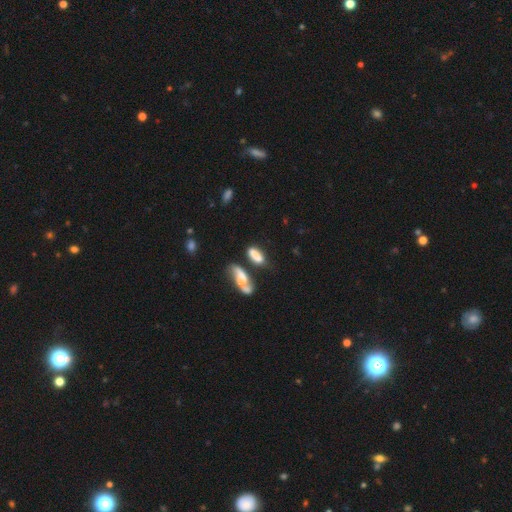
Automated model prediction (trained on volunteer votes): A smooth galaxy with no disk features (68%) that is in between round and cigar-shaped (70%).

Vote fractions:
- Smooth or featured? smooth: 68% / featured or disk: 22% / star or artifact: 10%
- How rounded? in between: 70% / cigar-shaped: 24% / round: 6%
- Merging? none: 43% / merger: 30% / minor disturbance: 17% / major disturbance: 10%